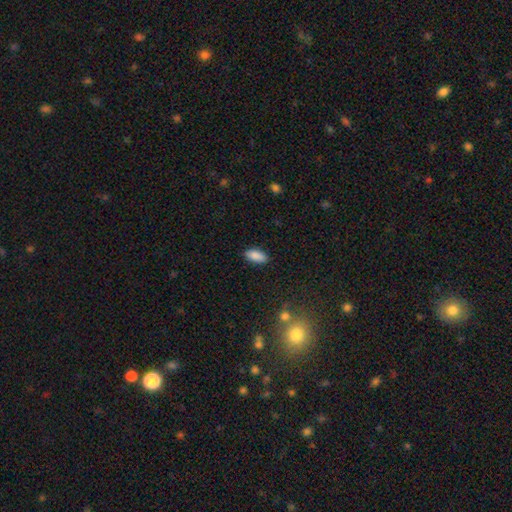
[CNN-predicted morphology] Smooth or featured? Predicted: smooth (p=0.88). How rounded? Predicted: in between (p=0.88). Merging? Predicted: none (p=0.87).